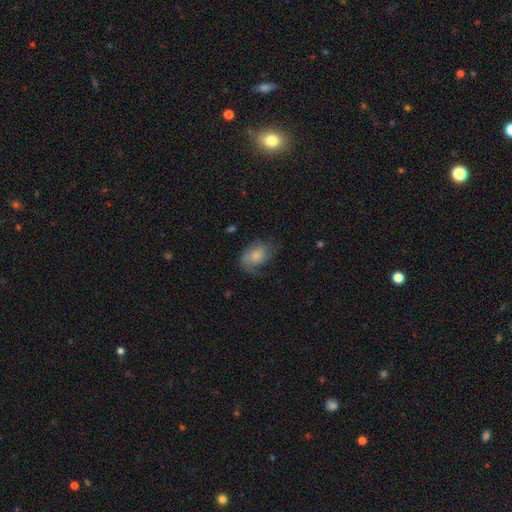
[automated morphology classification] A smooth galaxy with no disk features (66%) that is in between round and cigar-shaped (80%). Merging: none (47%).